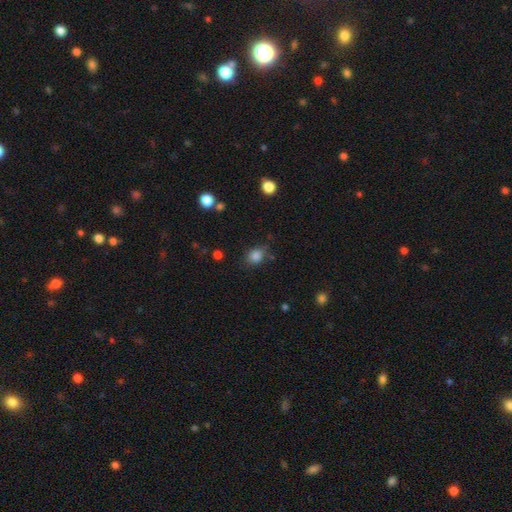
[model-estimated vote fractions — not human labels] Smooth or featured? Predicted: smooth (p=0.83). How rounded? Predicted: round (p=0.58). Merging? Predicted: none (p=0.67).